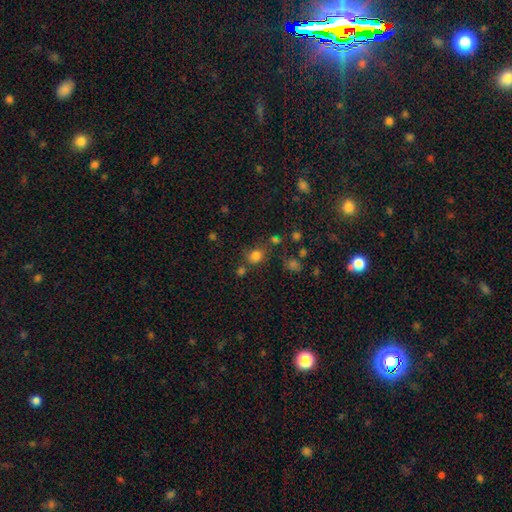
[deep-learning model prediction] smooth-or-featured: smooth: 77% | star or artifact: 17% | featured or disk: 6%
  how-rounded: round: 69% | in between: 30% | cigar-shaped: 1%
  merging: none: 67% | minor disturbance: 15% | merger: 12% | major disturbance: 6%